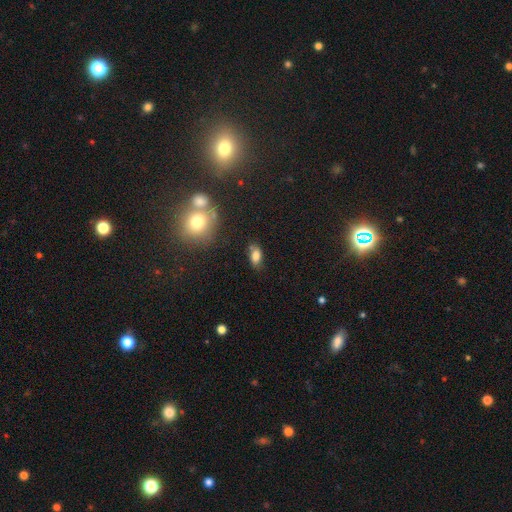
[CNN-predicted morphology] type=smooth (77%); roundness=in between (88%); merging=none (72%).